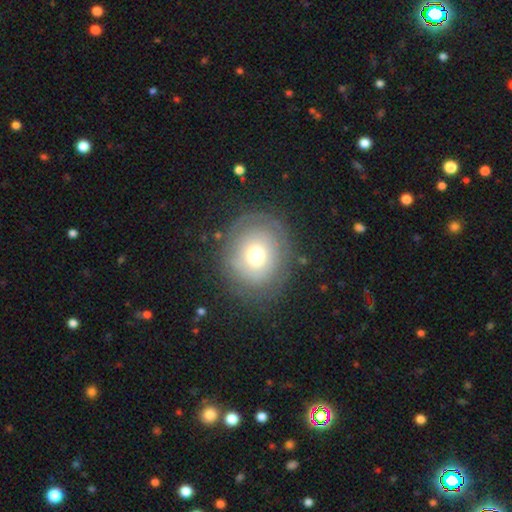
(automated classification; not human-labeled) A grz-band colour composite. It shows a smooth galaxy with no disk features (54%) that is round (78%). Merging: none (77%).